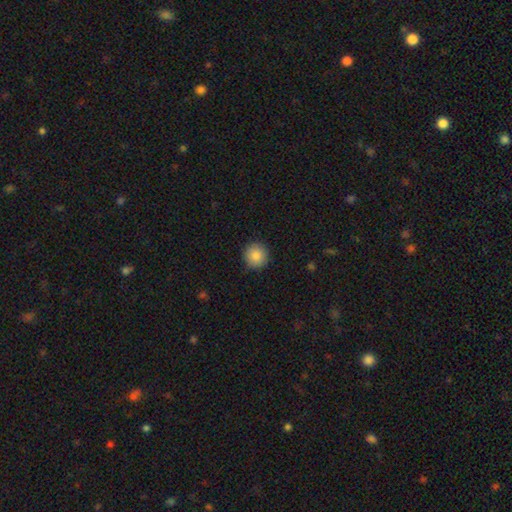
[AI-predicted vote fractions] A smooth galaxy with no disk features (86%) that is round (94%).

Vote fractions:
- Smooth or featured? smooth: 86% / star or artifact: 9% / featured or disk: 6%
- How rounded? round: 94% / in between: 5% / cigar-shaped: 1%
- Merging? none: 91% / minor disturbance: 6% / major disturbance: 2% / merger: 1%